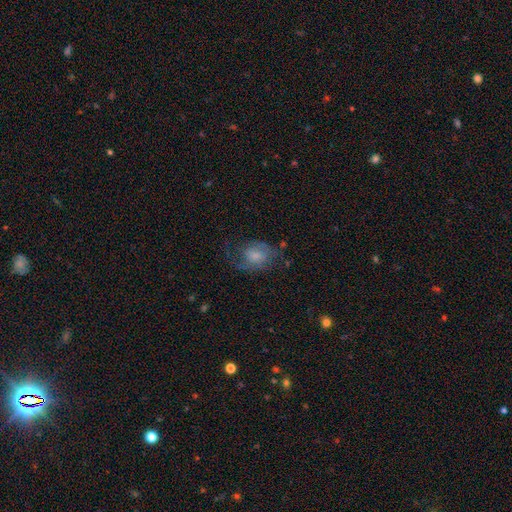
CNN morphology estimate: Smooth or featured? Predicted: smooth (p=0.46). Merging? Predicted: none (p=0.46).